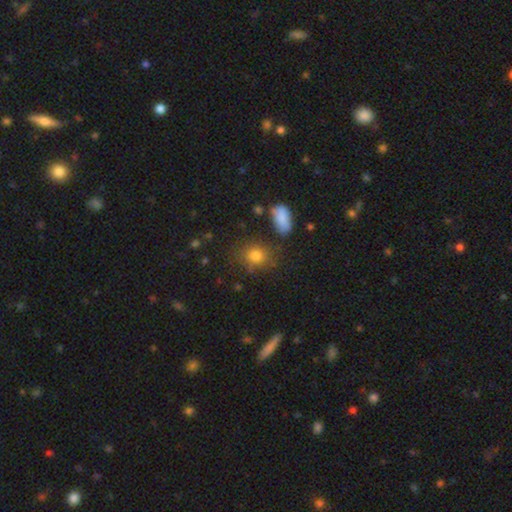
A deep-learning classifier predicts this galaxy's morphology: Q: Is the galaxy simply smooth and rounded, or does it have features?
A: smooth — 81%.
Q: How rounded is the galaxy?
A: round — 68%.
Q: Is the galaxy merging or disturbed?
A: none — 75%.